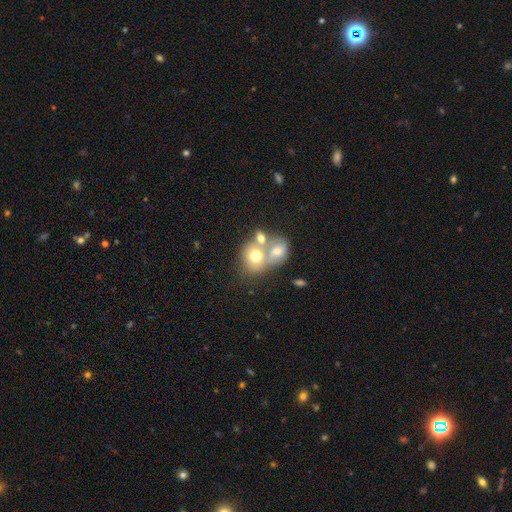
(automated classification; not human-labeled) This appears to be a smooth galaxy with no disk features (64%) that is round (62%). Merging: merger (59%).